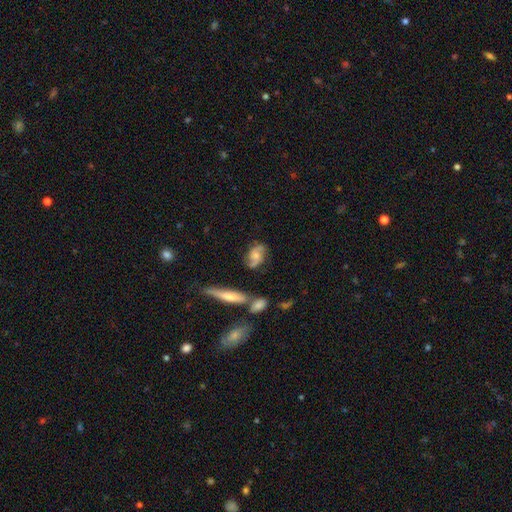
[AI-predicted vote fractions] This appears to be a featured or disk galaxy (67%) with no bar (64%), 2 (88%) medium (44%) spiral arms (92%) and a moderate central bulge (46%). Merging: none (67%).